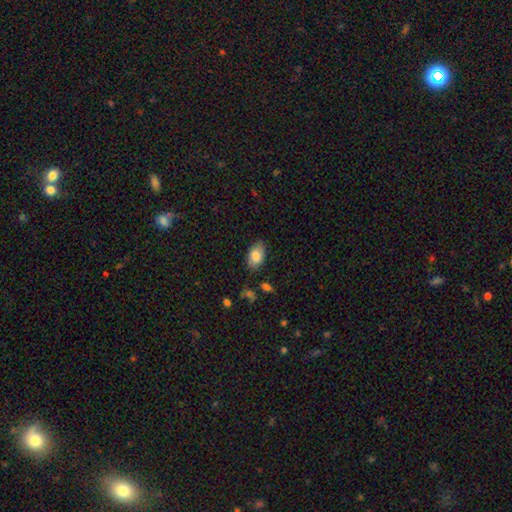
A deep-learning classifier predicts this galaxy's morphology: smooth_or_featured: smooth (p=0.84) [alt: featured or disk p=0.09]
how_rounded: in between (p=0.92) [alt: round p=0.06]
merging: none (p=0.81) [alt: minor disturbance p=0.14]